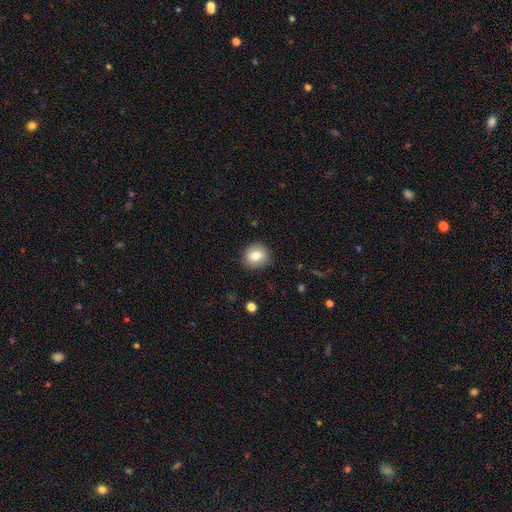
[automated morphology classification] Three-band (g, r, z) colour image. It shows a smooth galaxy with no disk features (80%) that is round (86%). Merging: none (85%).